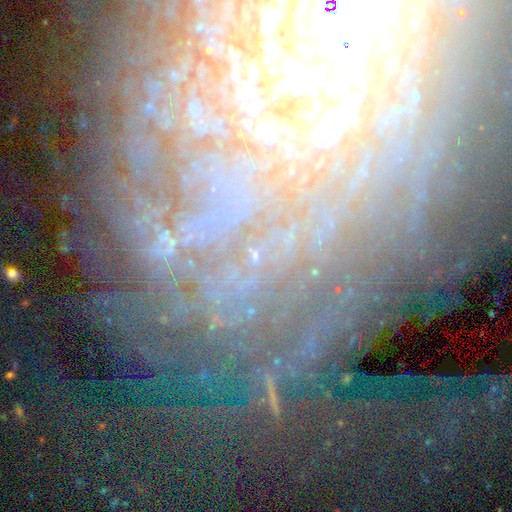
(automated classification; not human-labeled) This is possibly a featured or disk galaxy (51%). It is clearly not viewed edge-on (91%). Merging: likely none (65%).